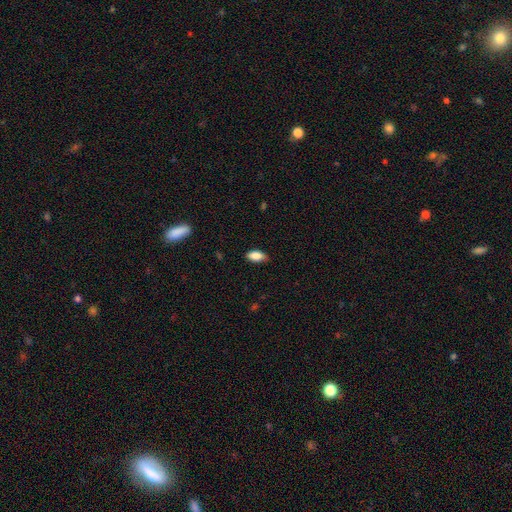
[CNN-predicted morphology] Q: Smooth or featured?
A: smooth (86%); runner-up: star or artifact (7%)
Q: How rounded?
A: in between (90%); runner-up: cigar-shaped (6%)
Q: Merging?
A: none (74%); runner-up: minor disturbance (22%)